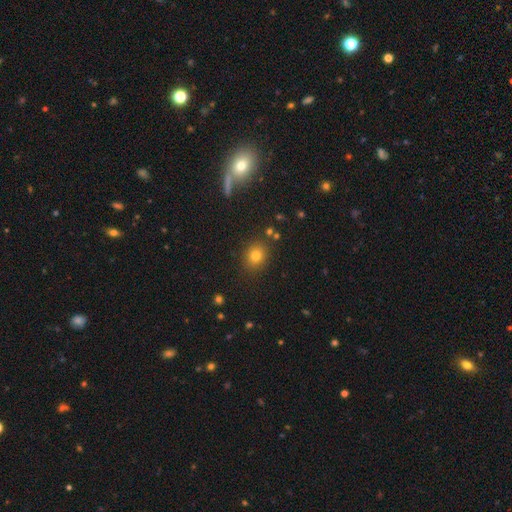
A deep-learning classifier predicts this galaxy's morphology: smooth_or_featured: smooth (p=0.76) [alt: star or artifact p=0.16]
how_rounded: round (p=0.65) [alt: in between p=0.34]
merging: none (p=0.85) [alt: minor disturbance p=0.09]